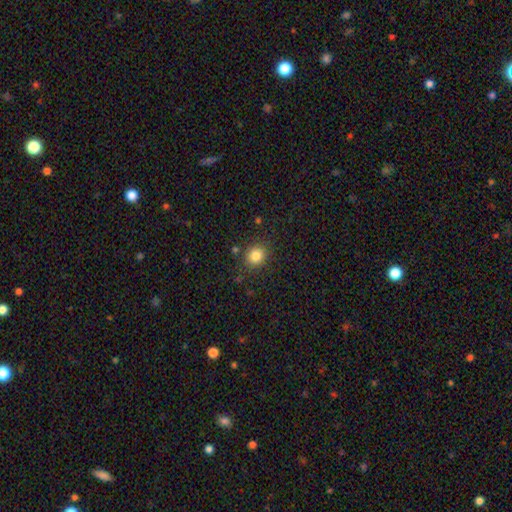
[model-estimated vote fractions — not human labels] This appears to be a smooth galaxy with no disk features (84%) that is round (74%). Merging: none (85%).